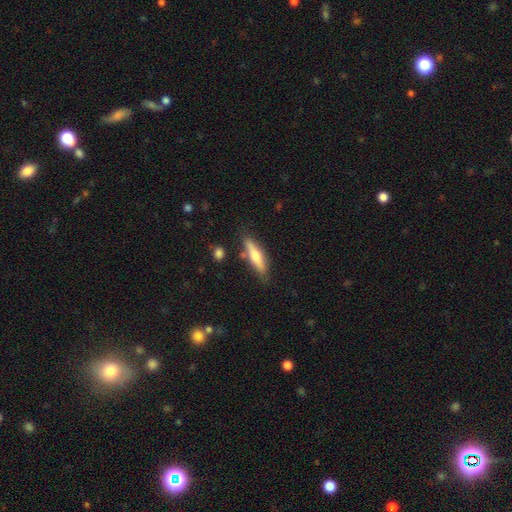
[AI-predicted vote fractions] This is possibly a smooth galaxy (49%). Merging: likely none (78%).